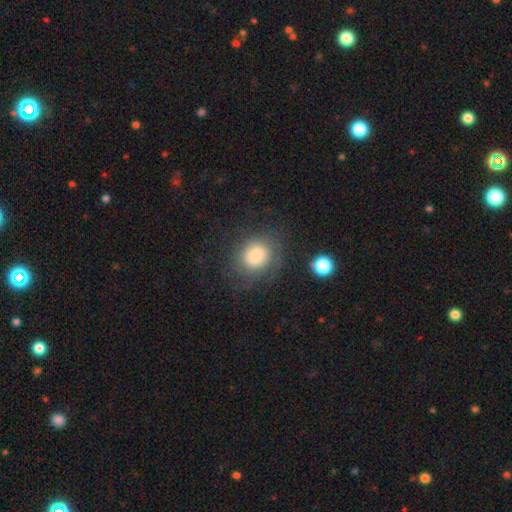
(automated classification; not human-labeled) Smooth or featured: smooth — 62% (featured or disk — 25%)
How rounded: round — 73% (in between — 26%)
Merging: none — 69% (minor disturbance — 17%)